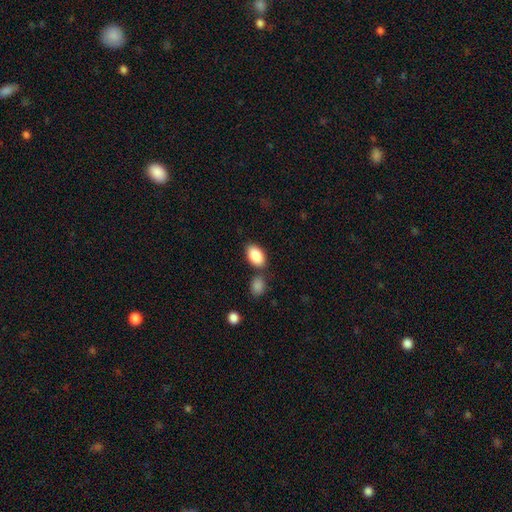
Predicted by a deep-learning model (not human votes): Morphology: type=smooth (88%); roundness=in between (92%); merging=none (74%).